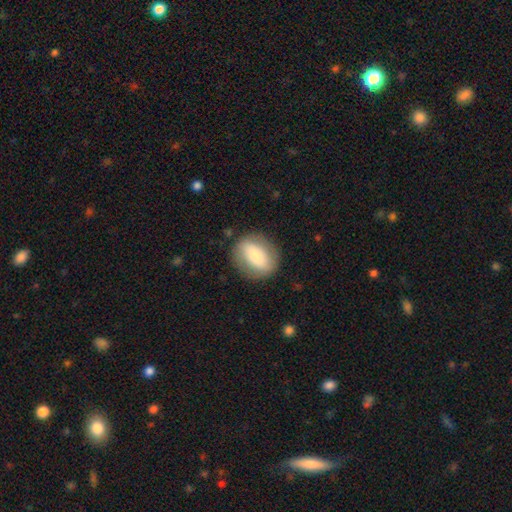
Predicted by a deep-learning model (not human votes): Q: Smooth or featured?
A: smooth (61%); runner-up: featured or disk (32%)
Q: How rounded?
A: in between (51%); runner-up: round (47%)
Q: Merging?
A: none (82%); runner-up: minor disturbance (12%)